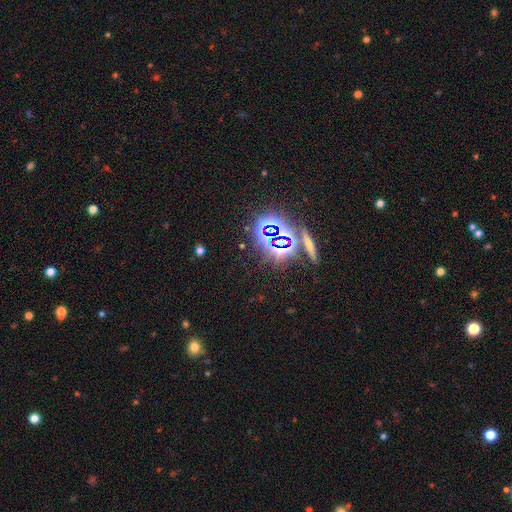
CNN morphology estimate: Smooth or featured?
  - star or artifact: 80% *
  - smooth: 11%
  - featured or disk: 9%